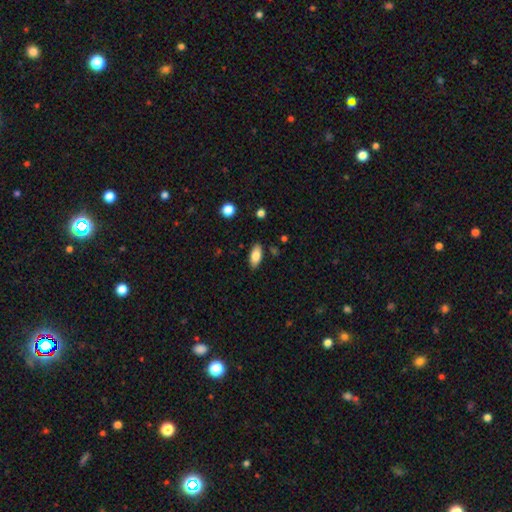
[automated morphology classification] A smooth galaxy with no disk features (81%) that is in between round and cigar-shaped (89%).

Vote fractions:
- Smooth or featured? smooth: 81% / featured or disk: 11% / star or artifact: 7%
- How rounded? in between: 89% / cigar-shaped: 8% / round: 3%
- Merging? none: 86% / minor disturbance: 10% / major disturbance: 2% / merger: 2%